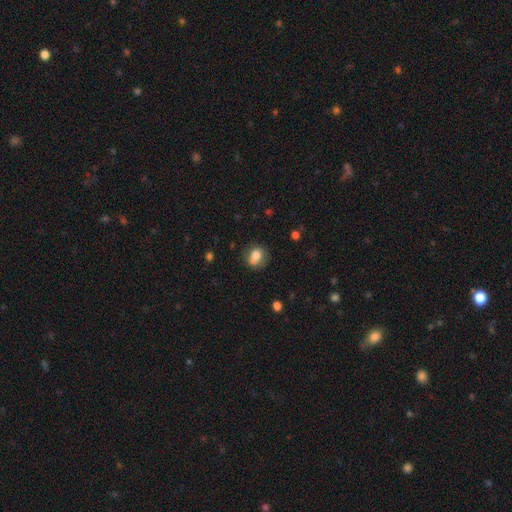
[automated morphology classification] This appears to be a smooth galaxy with no disk features (76%) that is round (53%). Merging: none (64%).